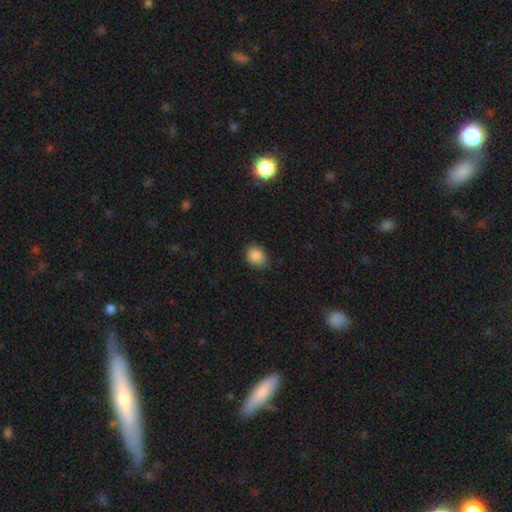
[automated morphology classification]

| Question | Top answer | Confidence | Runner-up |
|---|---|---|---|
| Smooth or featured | smooth | 88% | star or artifact (9%) |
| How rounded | in between | 53% | round (46%) |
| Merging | none | 81% | minor disturbance (15%) |